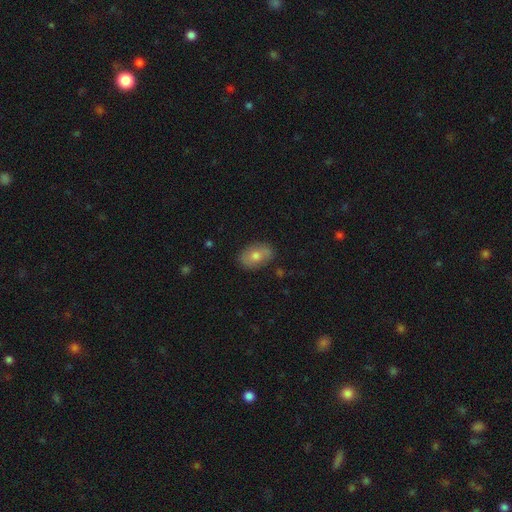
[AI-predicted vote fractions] The model was most divided on "smooth or featured": smooth: 67%, featured or disk: 25%, star or artifact: 8%. More confident: merging — none (83%); how rounded — in between (82%).